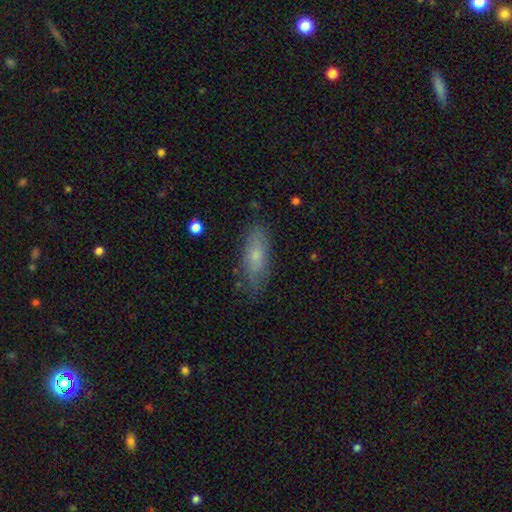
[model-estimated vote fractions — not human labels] A smooth galaxy with no disk features (66%) that is in between round and cigar-shaped (63%). Merging: none (75%).